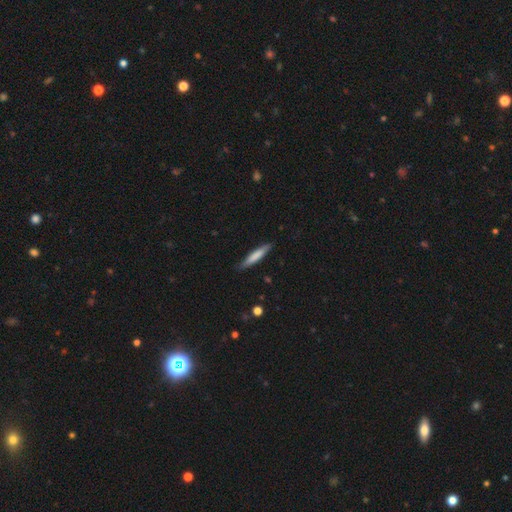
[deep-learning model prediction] Q: Smooth or featured?
A: smooth (73%); runner-up: featured or disk (22%)
Q: How rounded?
A: cigar-shaped (91%); runner-up: in between (8%)
Q: Merging?
A: none (86%); runner-up: minor disturbance (11%)